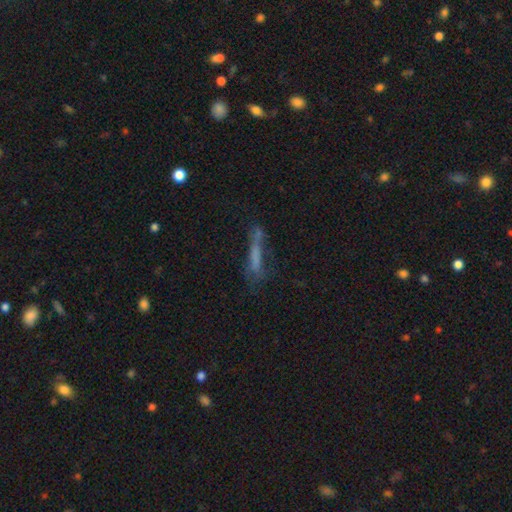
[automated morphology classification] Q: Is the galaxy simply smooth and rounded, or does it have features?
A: smooth — 52%.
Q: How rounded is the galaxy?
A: cigar-shaped — 86%.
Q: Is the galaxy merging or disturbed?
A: none — 49%.